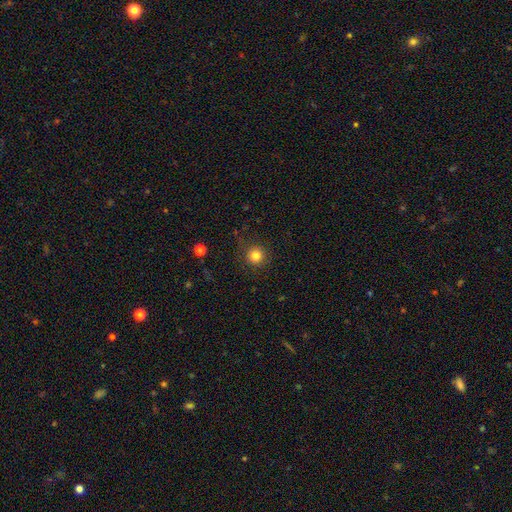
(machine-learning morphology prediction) Smooth or featured?
  - smooth: 81% *
  - star or artifact: 13%
  - featured or disk: 6%
How rounded?
  - round: 95% *
  - in between: 4%
  - cigar-shaped: 1%
Merging?
  - none: 88% *
  - minor disturbance: 8%
  - major disturbance: 3%
  - merger: 1%